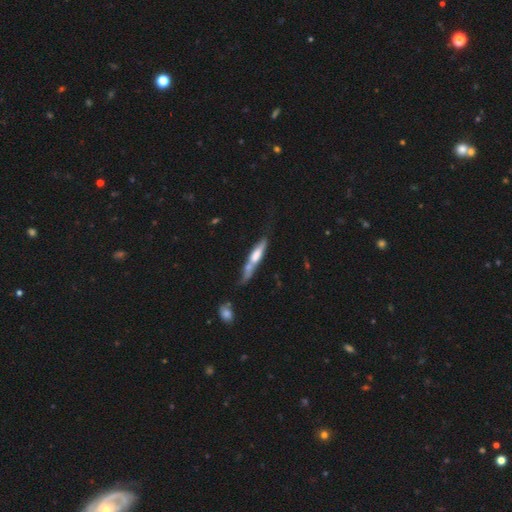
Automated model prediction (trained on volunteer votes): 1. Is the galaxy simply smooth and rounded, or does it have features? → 47% featured or disk, 46% smooth, 7% star or artifact.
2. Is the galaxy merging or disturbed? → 38% none, 27% merger, 23% minor disturbance, 13% major disturbance.